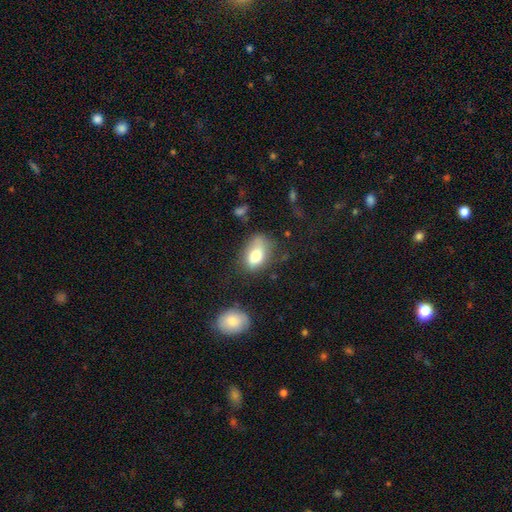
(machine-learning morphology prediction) Smooth or featured?
  - smooth: 78% *
  - featured or disk: 14%
  - star or artifact: 9%
How rounded?
  - in between: 85% *
  - round: 14%
  - cigar-shaped: 2%
Merging?
  - none: 50% *
  - minor disturbance: 31%
  - major disturbance: 13%
  - merger: 6%